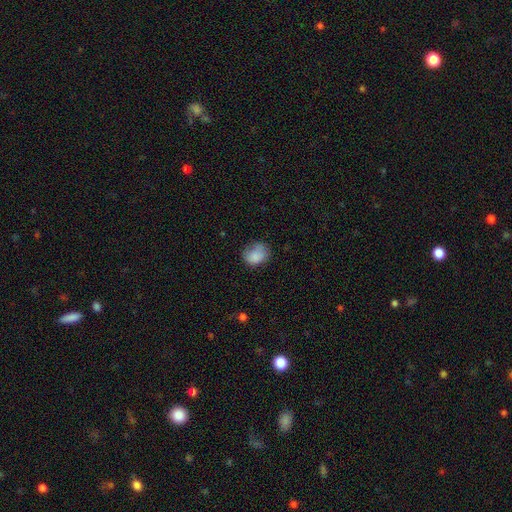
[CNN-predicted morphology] Smooth or featured? Predicted: smooth (p=0.83). How rounded? Predicted: in between (p=0.51). Merging? Predicted: none (p=0.56).